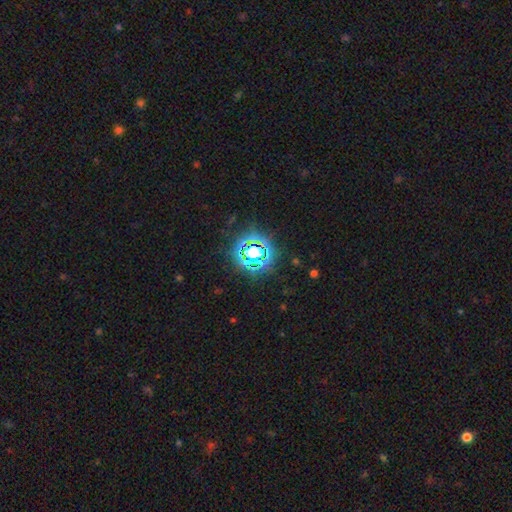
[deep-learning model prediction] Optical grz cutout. It shows a star or artifact, not a galaxy (76%).